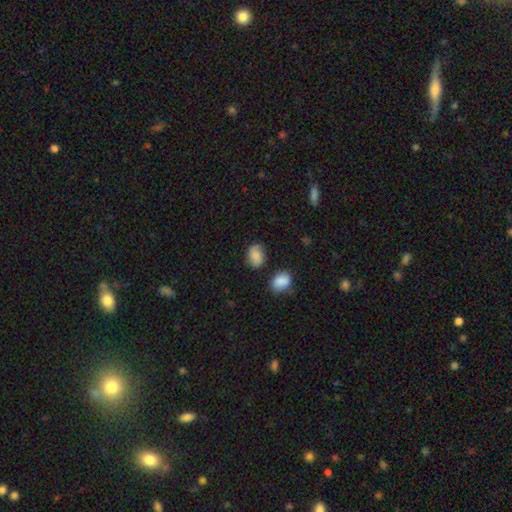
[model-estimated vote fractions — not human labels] Smooth or featured? Predicted: smooth (p=0.80). How rounded? Predicted: in between (p=0.70). Merging? Predicted: none (p=0.67).